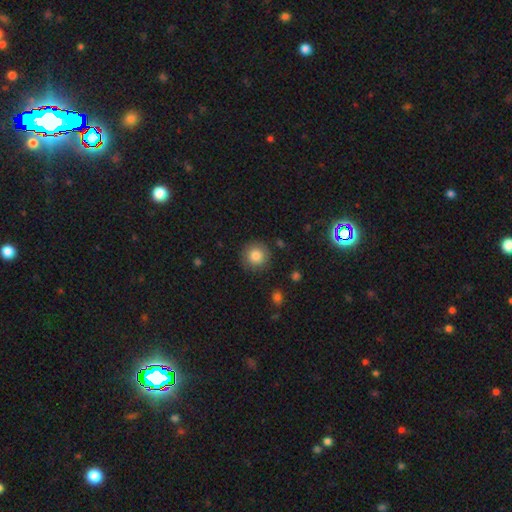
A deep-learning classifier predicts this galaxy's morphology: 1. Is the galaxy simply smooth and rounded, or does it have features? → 84% smooth, 10% star or artifact, 7% featured or disk.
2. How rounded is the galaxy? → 94% round, 5% in between, 1% cigar-shaped.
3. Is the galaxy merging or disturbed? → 88% none, 8% minor disturbance, 3% major disturbance, 1% merger.